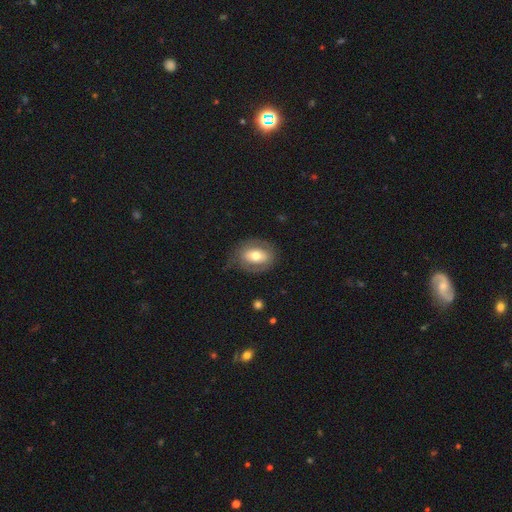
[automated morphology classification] This is possibly a smooth galaxy (50%). How rounded: likely in between (69%). Merging: likely none (70%).